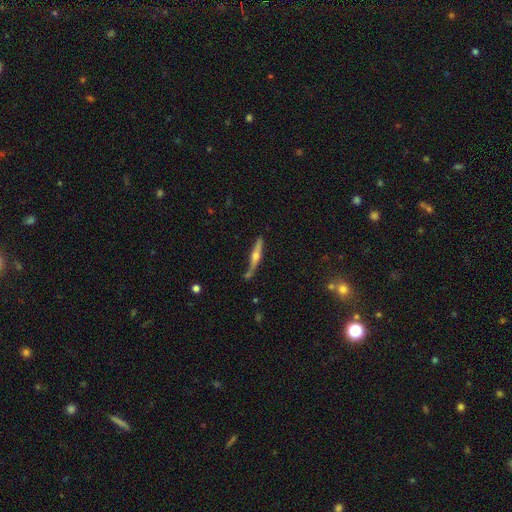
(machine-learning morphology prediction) Overall: featured or disk (63%; smooth 31%). Edge-on disk: yes (95%). Edge-on bulge: rounded (91%). Merging: none (69%).